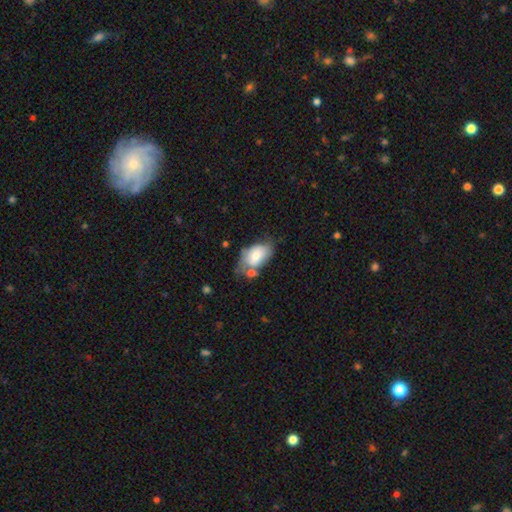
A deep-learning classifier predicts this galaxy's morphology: Smooth or featured?
  - smooth: 66% *
  - featured or disk: 27%
  - star or artifact: 7%
How rounded?
  - in between: 91% *
  - round: 8%
  - cigar-shaped: 2%
Merging?
  - none: 39% *
  - minor disturbance: 29%
  - merger: 19%
  - major disturbance: 13%